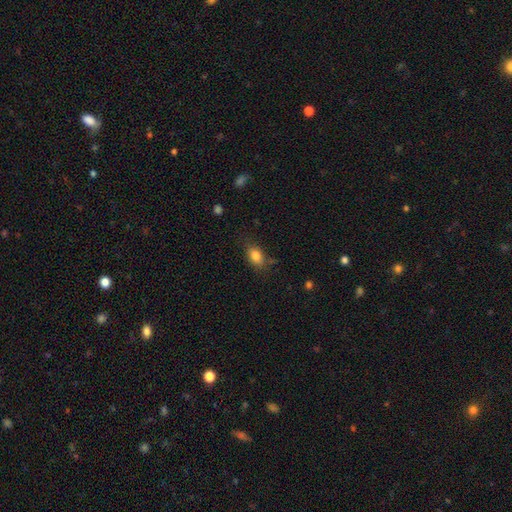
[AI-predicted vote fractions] Smooth or featured? Predicted: smooth (p=0.83). How rounded? Predicted: in between (p=0.80). Merging? Predicted: none (p=0.75).